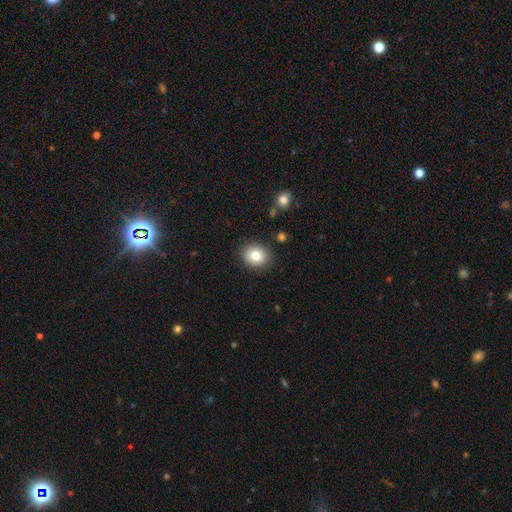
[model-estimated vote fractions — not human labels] Smooth or featured? Predicted: smooth (p=0.82). How rounded? Predicted: round (p=0.70). Merging? Predicted: none (p=0.88).